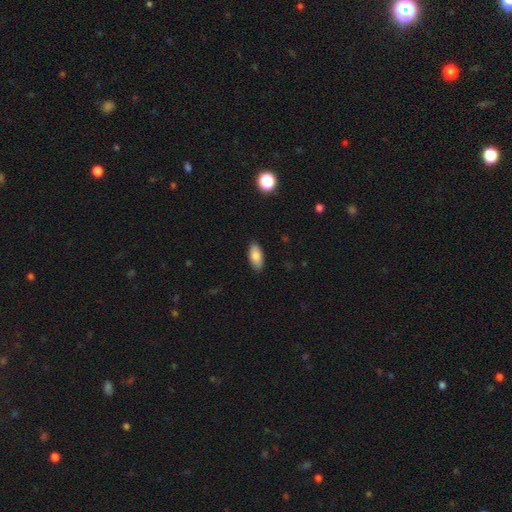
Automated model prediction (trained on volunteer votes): A smooth galaxy with no disk features (85%) that is in between round and cigar-shaped (90%).

Vote fractions:
- Smooth or featured? smooth: 85% / featured or disk: 9% / star or artifact: 7%
- How rounded? in between: 90% / cigar-shaped: 8% / round: 2%
- Merging? none: 87% / minor disturbance: 10% / major disturbance: 2% / merger: 1%